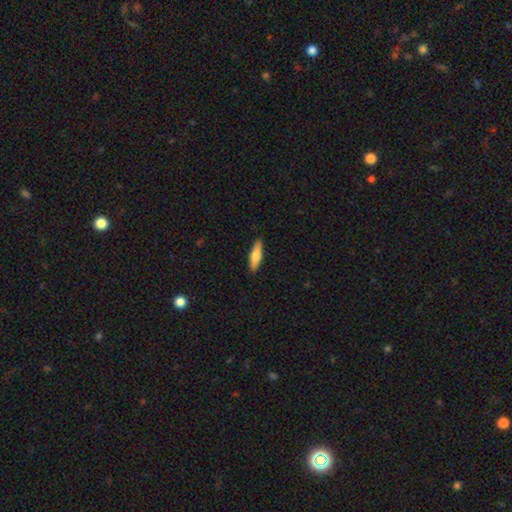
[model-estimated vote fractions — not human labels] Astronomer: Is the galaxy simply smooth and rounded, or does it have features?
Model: smooth — 68%.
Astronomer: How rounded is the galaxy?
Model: cigar-shaped — 65%.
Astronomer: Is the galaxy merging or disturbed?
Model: none — 90%.